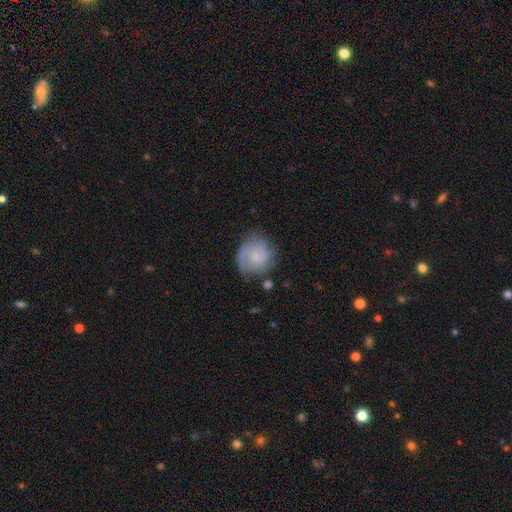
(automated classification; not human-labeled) Q: Smooth or featured?
A: smooth (47%); runner-up: featured or disk (46%)
Q: Merging?
A: none (64%); runner-up: minor disturbance (23%)